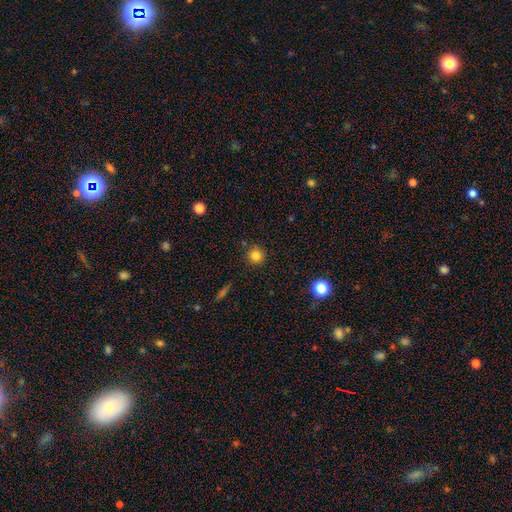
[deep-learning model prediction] Smooth or featured?
  - smooth: 82% *
  - star or artifact: 13%
  - featured or disk: 6%
How rounded?
  - round: 93% *
  - in between: 6%
  - cigar-shaped: 1%
Merging?
  - none: 87% *
  - minor disturbance: 8%
  - merger: 3%
  - major disturbance: 2%